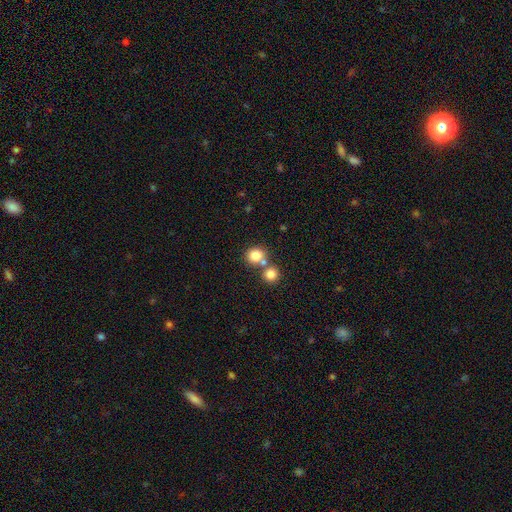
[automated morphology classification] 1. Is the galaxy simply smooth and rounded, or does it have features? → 81% smooth, 11% star or artifact, 8% featured or disk.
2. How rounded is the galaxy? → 83% round, 16% in between, 1% cigar-shaped.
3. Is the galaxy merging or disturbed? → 53% none, 37% merger, 7% minor disturbance, 3% major disturbance.